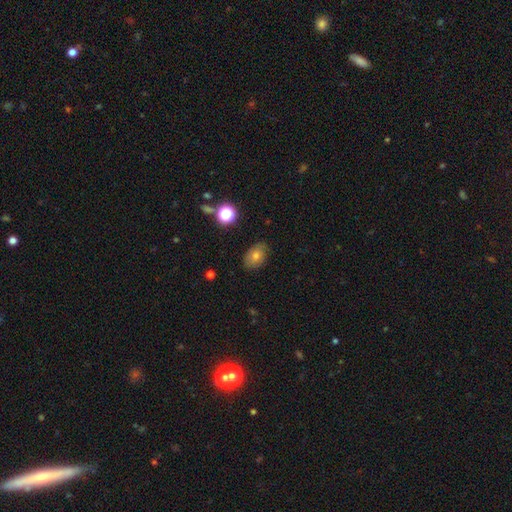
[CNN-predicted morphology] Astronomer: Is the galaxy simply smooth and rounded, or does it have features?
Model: smooth — 69%.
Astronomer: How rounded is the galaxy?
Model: in between — 78%.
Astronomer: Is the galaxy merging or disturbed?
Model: none — 77%.